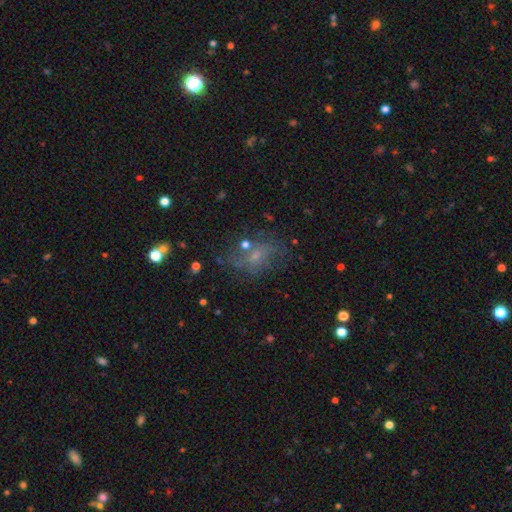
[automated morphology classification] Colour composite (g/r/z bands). It shows a smooth galaxy with no disk features (40%). Merging: none (53%).